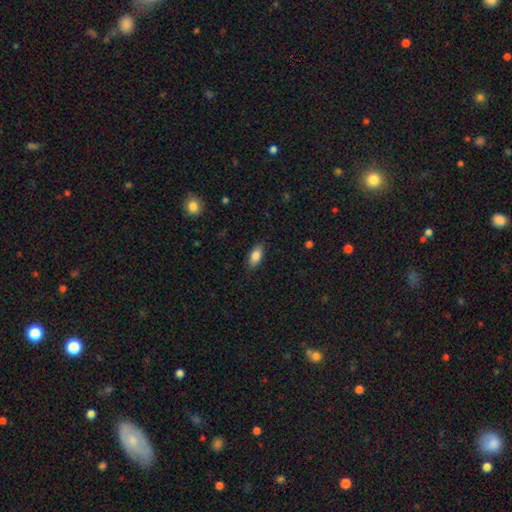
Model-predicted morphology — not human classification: Overall: smooth (85%). How rounded: in between (88%). Merging: none (85%).